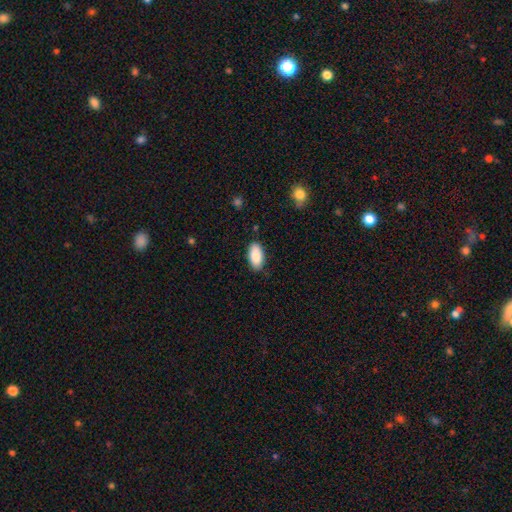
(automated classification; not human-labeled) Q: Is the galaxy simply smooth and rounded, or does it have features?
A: smooth — 87%.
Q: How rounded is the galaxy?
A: in between — 93%.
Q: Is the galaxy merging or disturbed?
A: none — 85%.